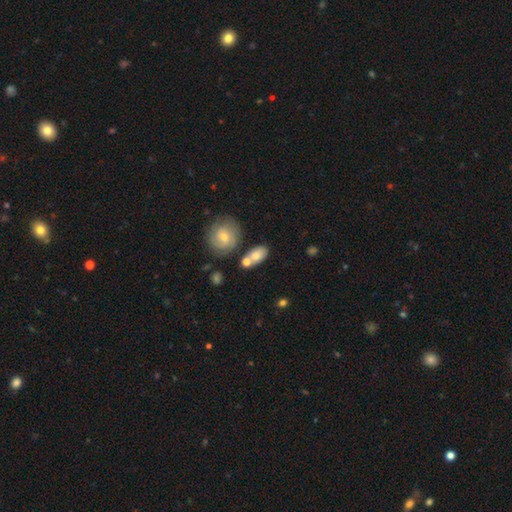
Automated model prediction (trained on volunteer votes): A smooth galaxy with no disk features (70%) that is in between round and cigar-shaped (83%).

Vote fractions:
- Smooth or featured? smooth: 70% / featured or disk: 22% / star or artifact: 8%
- How rounded? in between: 83% / round: 14% / cigar-shaped: 3%
- Merging? none: 55% / merger: 25% / minor disturbance: 15% / major disturbance: 5%